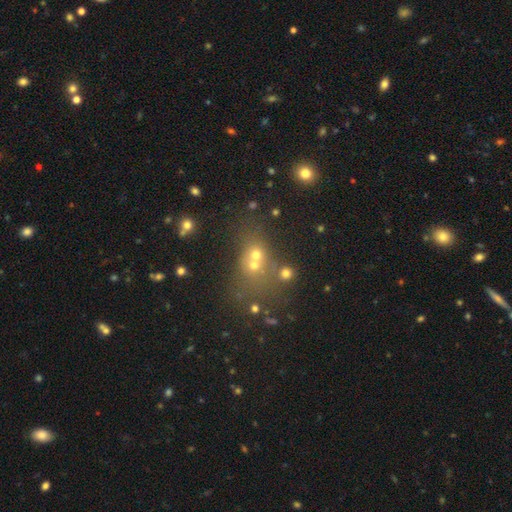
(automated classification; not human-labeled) smooth_or_featured: smooth (p=0.46) [alt: star or artifact p=0.39]
merging: none (p=0.50) [alt: merger p=0.30]